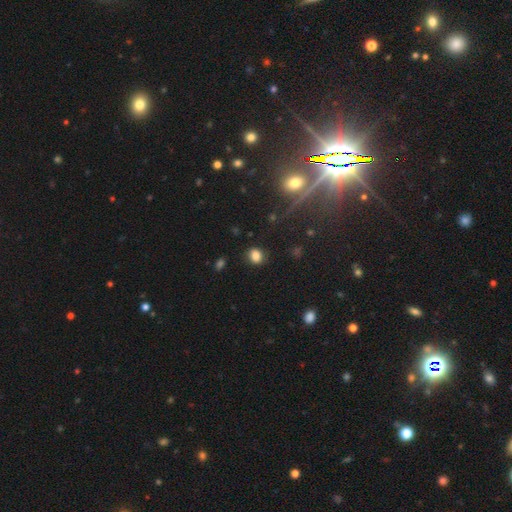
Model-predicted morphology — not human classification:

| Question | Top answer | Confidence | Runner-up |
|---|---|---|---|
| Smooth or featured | smooth | 82% | star or artifact (13%) |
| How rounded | round | 56% | in between (43%) |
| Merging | none | 83% | minor disturbance (11%) |